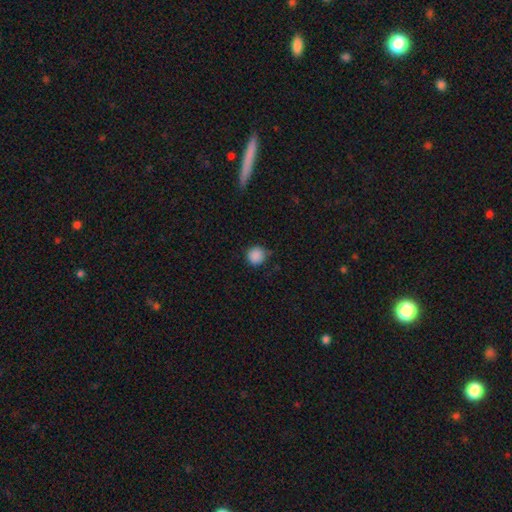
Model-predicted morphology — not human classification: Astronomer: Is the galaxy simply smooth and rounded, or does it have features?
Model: smooth — 88%.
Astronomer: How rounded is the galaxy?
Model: round — 94%.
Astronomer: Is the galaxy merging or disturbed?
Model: none — 83%.